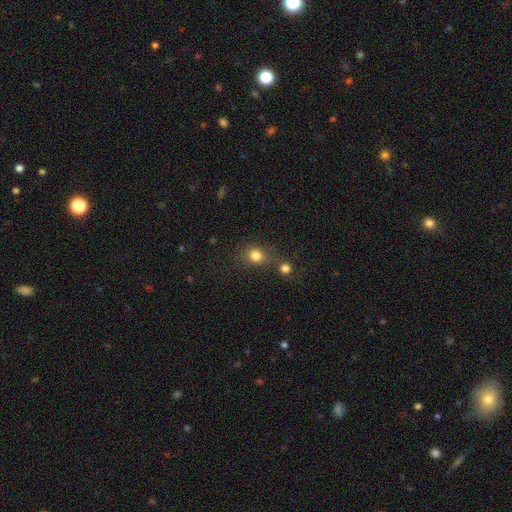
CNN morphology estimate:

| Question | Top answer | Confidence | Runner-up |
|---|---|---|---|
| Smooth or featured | smooth | 80% | star or artifact (14%) |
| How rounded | round | 76% | in between (23%) |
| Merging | none | 63% | merger (19%) |